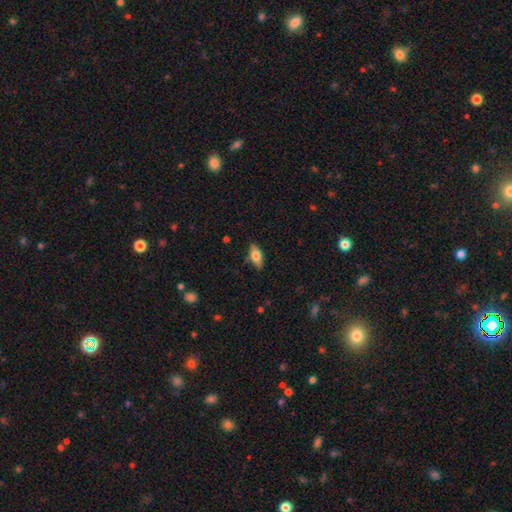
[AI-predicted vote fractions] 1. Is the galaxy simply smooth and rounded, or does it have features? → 69% smooth, 25% featured or disk, 7% star or artifact.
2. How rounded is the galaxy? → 79% in between, 17% cigar-shaped, 3% round.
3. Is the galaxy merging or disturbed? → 83% none, 13% minor disturbance, 3% major disturbance, 1% merger.